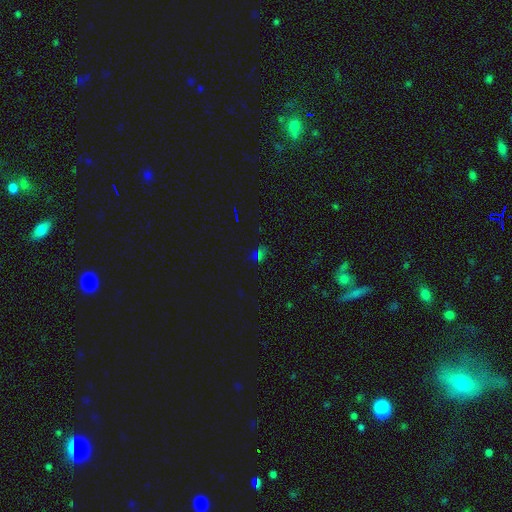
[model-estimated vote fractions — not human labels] Q: Smooth or featured?
A: star or artifact (62%); runner-up: smooth (29%)